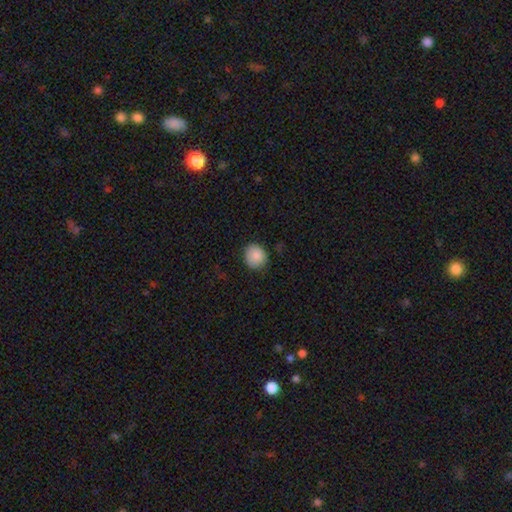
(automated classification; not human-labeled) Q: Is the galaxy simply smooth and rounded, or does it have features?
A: smooth — 88%.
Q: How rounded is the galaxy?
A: round — 82%.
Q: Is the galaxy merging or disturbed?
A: none — 84%.